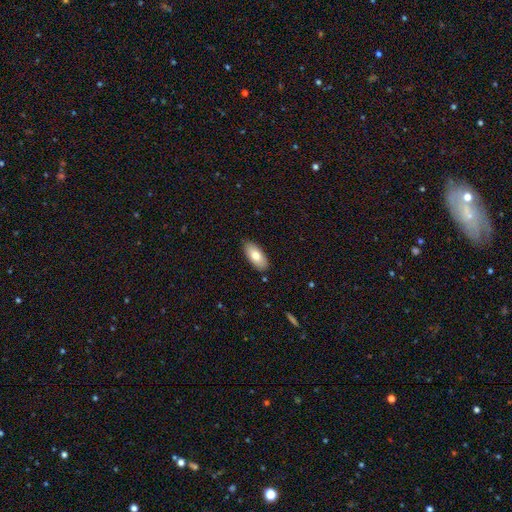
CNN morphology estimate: This is likely a smooth galaxy (76%). How rounded: clearly in between (91%). Merging: clearly none (87%).